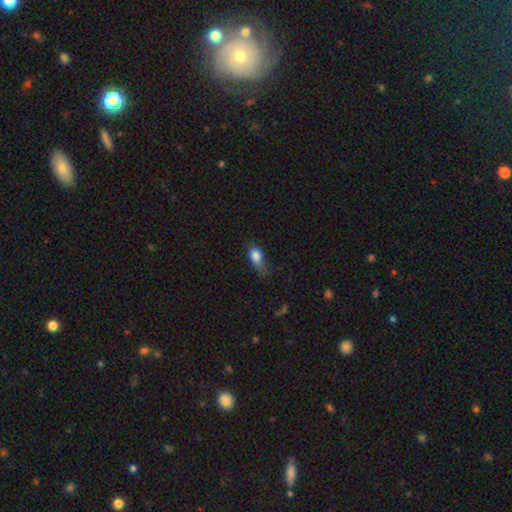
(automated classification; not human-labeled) smooth 81%, featured or disk 10%, star or artifact 9%. Down the decision tree: how rounded — in between (74%); merging — minor disturbance (39%).